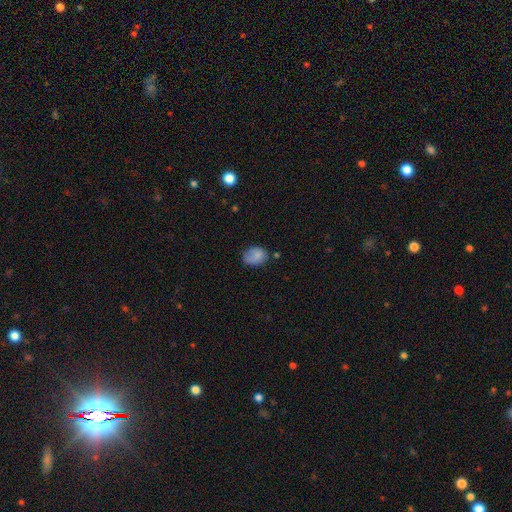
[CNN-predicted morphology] Smooth or featured? Predicted: smooth (p=0.81). How rounded? Predicted: in between (p=0.65). Merging? Predicted: none (p=0.57).